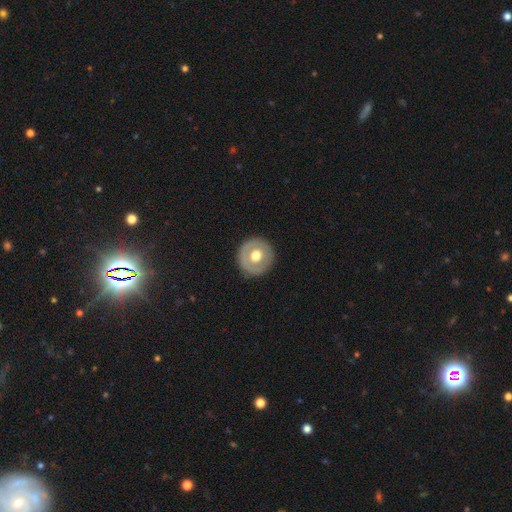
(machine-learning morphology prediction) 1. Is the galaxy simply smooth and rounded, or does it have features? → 53% smooth, 41% featured or disk, 6% star or artifact.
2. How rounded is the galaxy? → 95% round, 5% in between, 1% cigar-shaped.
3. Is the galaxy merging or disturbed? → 88% none, 8% minor disturbance, 3% major disturbance, 1% merger.